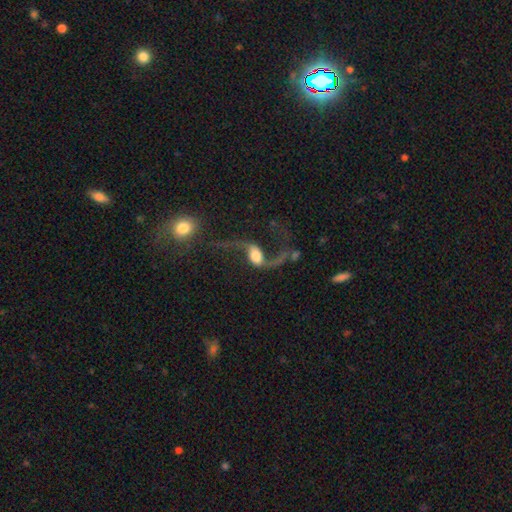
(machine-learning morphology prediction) This is clearly a featured or disk galaxy (81%). It is clearly not viewed edge-on (93%). Bar: possibly no (46%). Spiral arm pattern: clearly yes (93%). Spiral arm count: clearly 2 (92%). Spiral winding: clearly loose (94%). Central bulge: marginally large (39%). Merging: possibly none (47%).